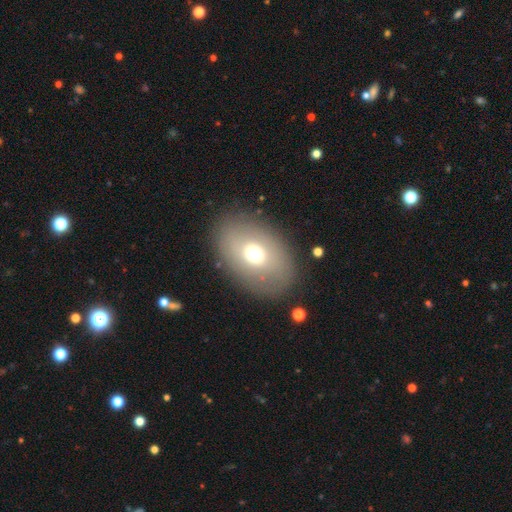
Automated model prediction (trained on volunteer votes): A smooth galaxy with no disk features (63%) that is in between round and cigar-shaped (83%).

Vote fractions:
- Smooth or featured? smooth: 63% / featured or disk: 27% / star or artifact: 10%
- How rounded? in between: 83% / round: 16% / cigar-shaped: 1%
- Merging? none: 84% / minor disturbance: 10% / major disturbance: 4% / merger: 1%